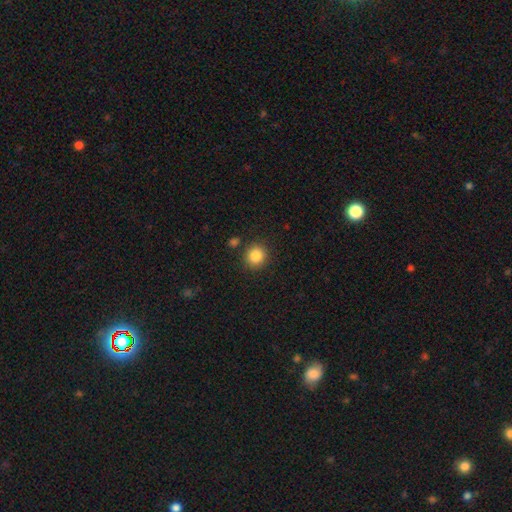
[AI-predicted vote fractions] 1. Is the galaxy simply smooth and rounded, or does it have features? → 85% smooth, 10% star or artifact, 5% featured or disk.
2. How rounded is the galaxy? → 88% round, 11% in between, 1% cigar-shaped.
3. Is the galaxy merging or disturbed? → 87% none, 7% minor disturbance, 3% merger, 2% major disturbance.